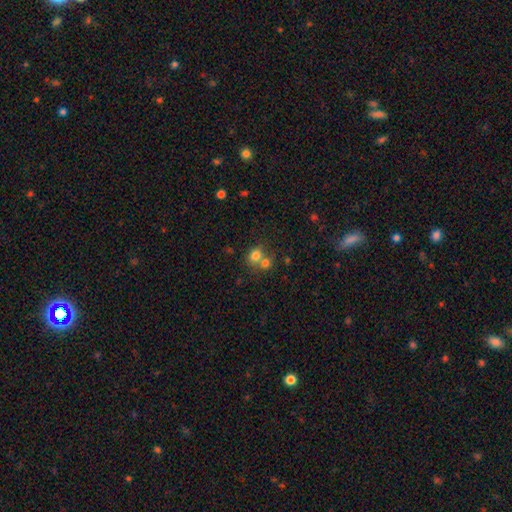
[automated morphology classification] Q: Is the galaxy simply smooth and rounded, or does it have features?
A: smooth — 76%.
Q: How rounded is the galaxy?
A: round — 65%.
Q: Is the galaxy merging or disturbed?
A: merger — 49%.